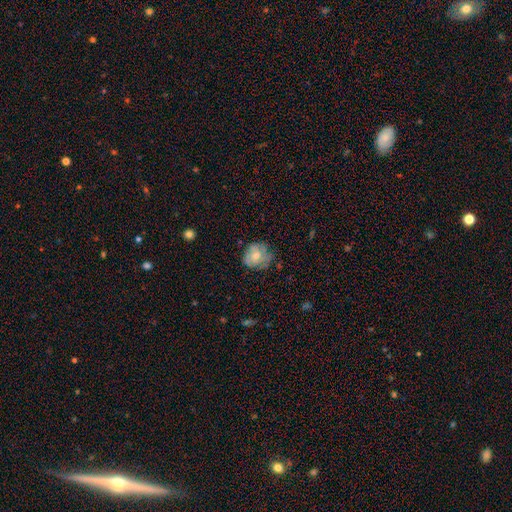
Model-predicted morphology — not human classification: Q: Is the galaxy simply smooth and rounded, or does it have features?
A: smooth — 49%.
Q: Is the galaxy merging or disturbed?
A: none — 66%.